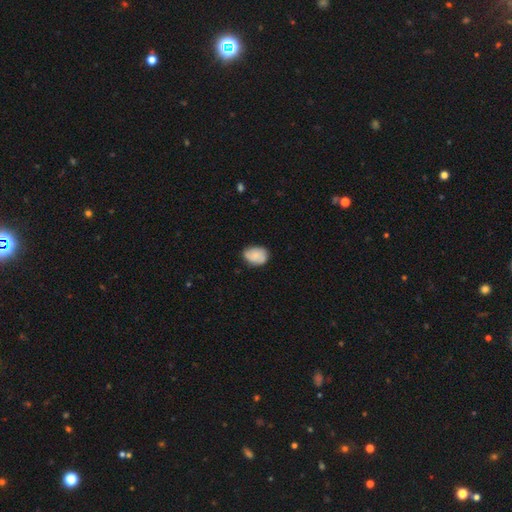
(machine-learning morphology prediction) The model was most divided on "how rounded": in between: 71%, round: 28%, cigar-shaped: 1%. More confident: smooth or featured — smooth (77%); merging — none (72%).